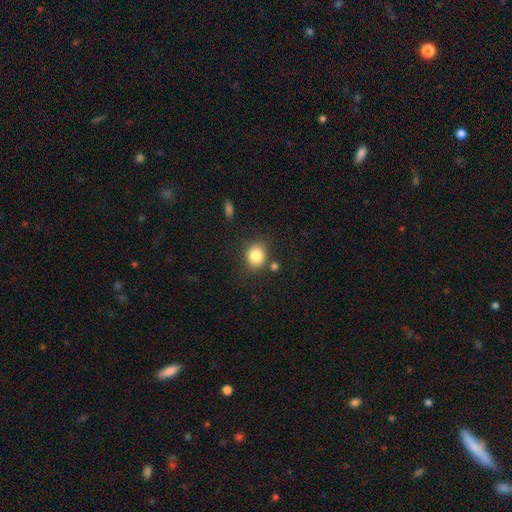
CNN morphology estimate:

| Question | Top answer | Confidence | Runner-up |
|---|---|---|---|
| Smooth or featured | smooth | 83% | star or artifact (10%) |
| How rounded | round | 74% | in between (25%) |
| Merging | none | 80% | minor disturbance (10%) |